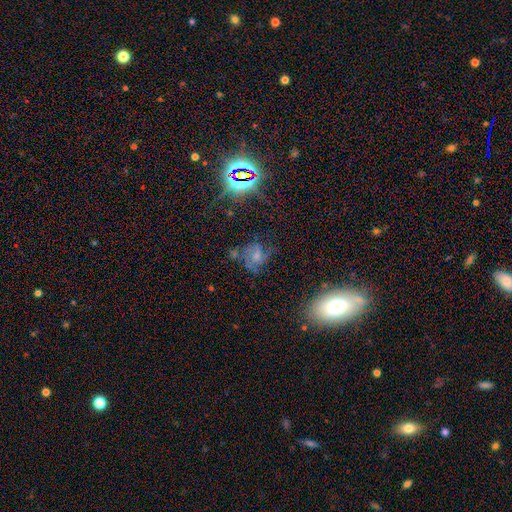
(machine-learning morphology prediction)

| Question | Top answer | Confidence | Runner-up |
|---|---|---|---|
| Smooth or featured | featured or disk | 40% | smooth (35%) |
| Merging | none | 44% | minor disturbance (25%) |